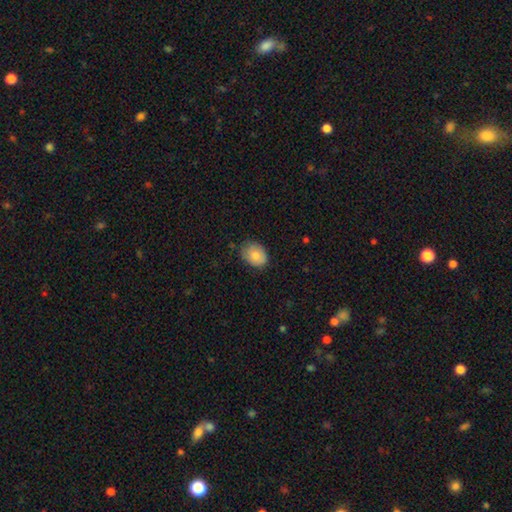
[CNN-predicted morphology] A smooth galaxy with no disk features (83%) that is in between round and cigar-shaped (62%). Merging: none (72%).